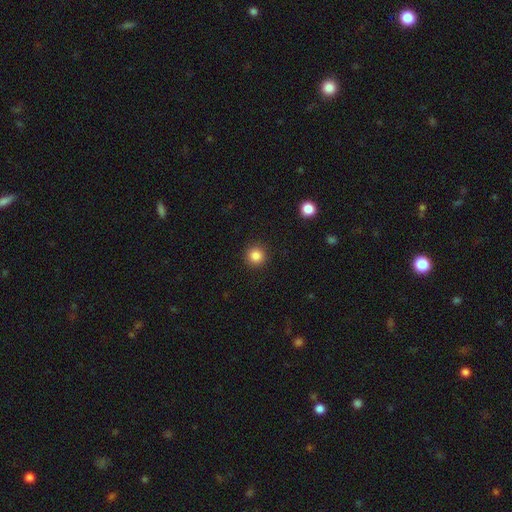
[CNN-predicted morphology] Smooth or featured?
  - smooth: 85% *
  - star or artifact: 11%
  - featured or disk: 4%
How rounded?
  - round: 95% *
  - in between: 4%
  - cigar-shaped: 1%
Merging?
  - none: 92% *
  - minor disturbance: 5%
  - major disturbance: 2%
  - merger: 1%